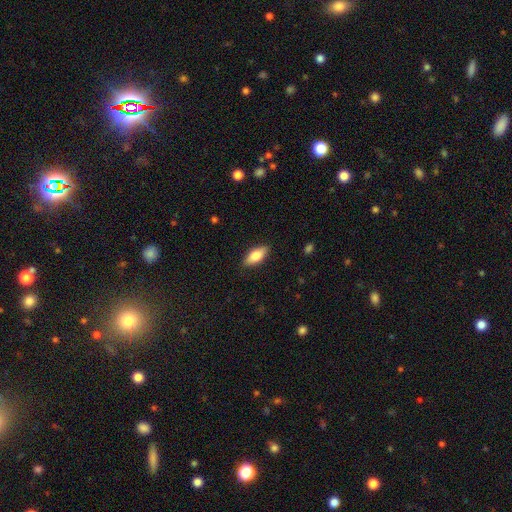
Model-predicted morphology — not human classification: Overall: smooth (76%). How rounded: in between (82%). Merging: none (87%).